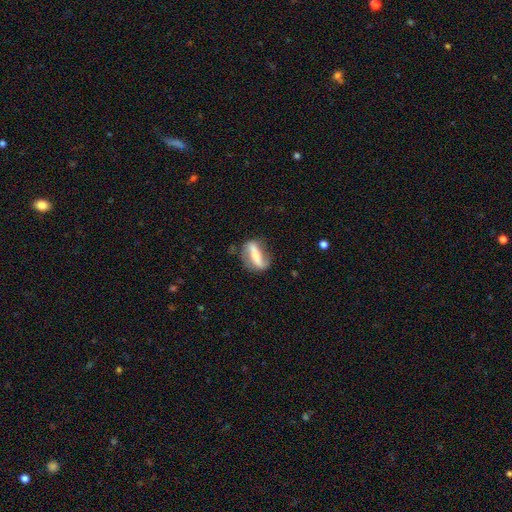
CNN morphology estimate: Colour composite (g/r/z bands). It shows a featured or disk galaxy (70%) with a strong bar (70%), spiral arms (73%) and a small central bulge (48%). Merging: none (69%).